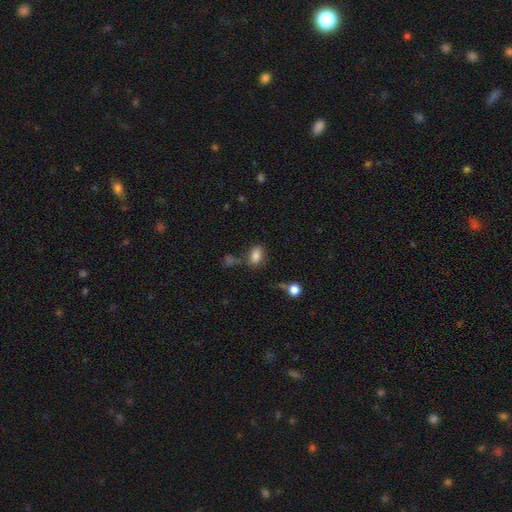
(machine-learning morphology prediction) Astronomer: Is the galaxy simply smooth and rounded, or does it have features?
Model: smooth — 81%.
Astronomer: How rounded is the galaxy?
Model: in between — 82%.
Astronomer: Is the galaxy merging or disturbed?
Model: none — 60%.